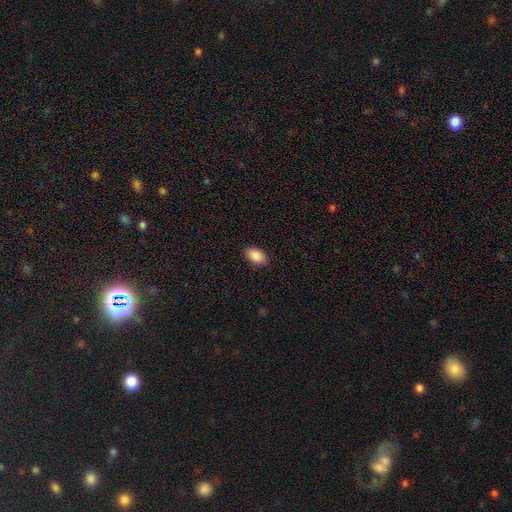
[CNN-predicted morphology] A smooth galaxy with no disk features (89%) that is in between round and cigar-shaped (92%). Merging: none (89%).